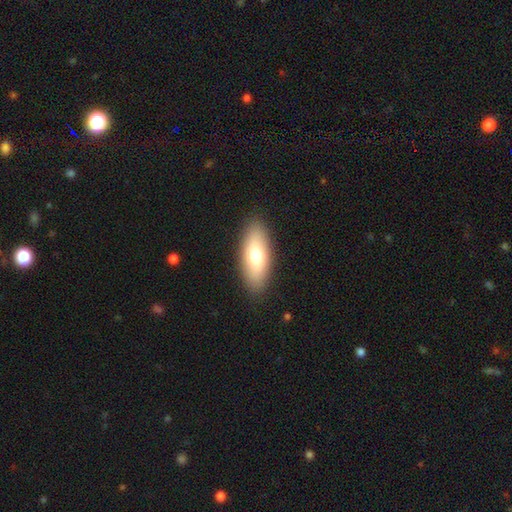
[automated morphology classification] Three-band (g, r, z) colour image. It shows a smooth galaxy with no disk features (72%) that is in between round and cigar-shaped (78%). Merging: none (88%).